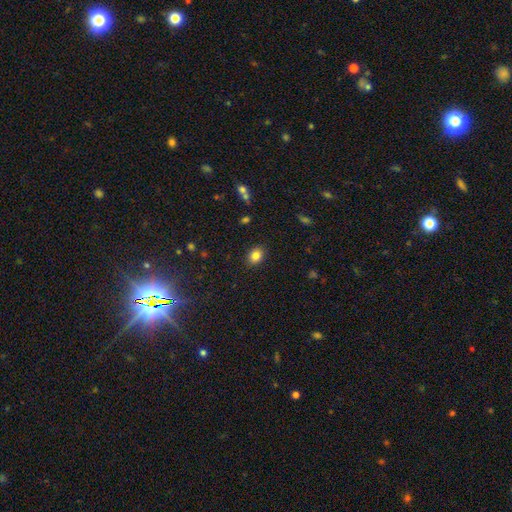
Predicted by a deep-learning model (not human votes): This appears to be a smooth galaxy with no disk features (84%) that is in between round and cigar-shaped (54%). Merging: none (89%).